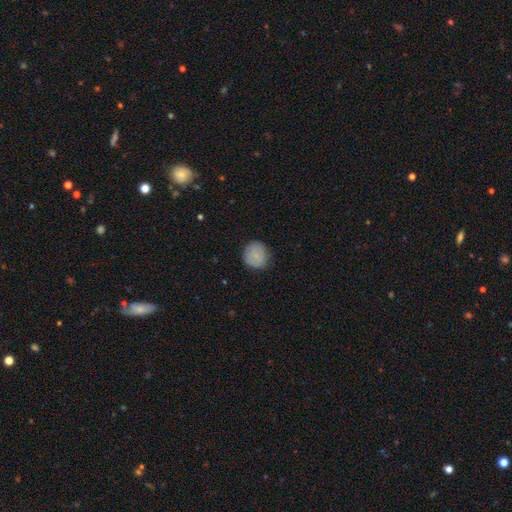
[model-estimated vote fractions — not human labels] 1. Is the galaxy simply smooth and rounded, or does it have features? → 82% smooth, 10% featured or disk, 8% star or artifact.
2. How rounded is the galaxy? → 88% round, 11% in between, 1% cigar-shaped.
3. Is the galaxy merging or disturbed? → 83% none, 13% minor disturbance, 3% major disturbance, 1% merger.